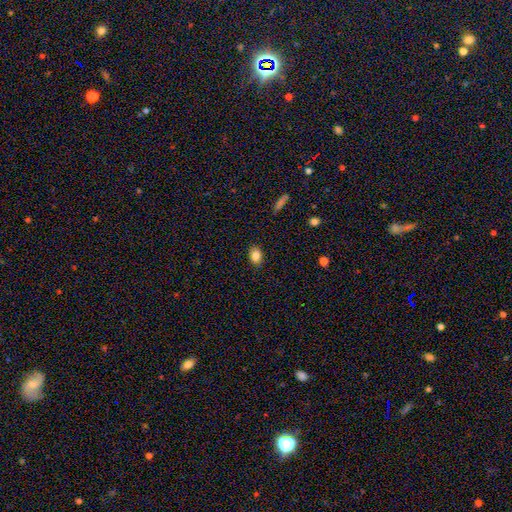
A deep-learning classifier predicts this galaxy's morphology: A smooth galaxy with no disk features (84%) that is in between round and cigar-shaped (69%).

Vote fractions:
- Smooth or featured? smooth: 84% / star or artifact: 9% / featured or disk: 6%
- How rounded? in between: 69% / round: 30% / cigar-shaped: 1%
- Merging? none: 88% / minor disturbance: 9% / major disturbance: 2% / merger: 1%